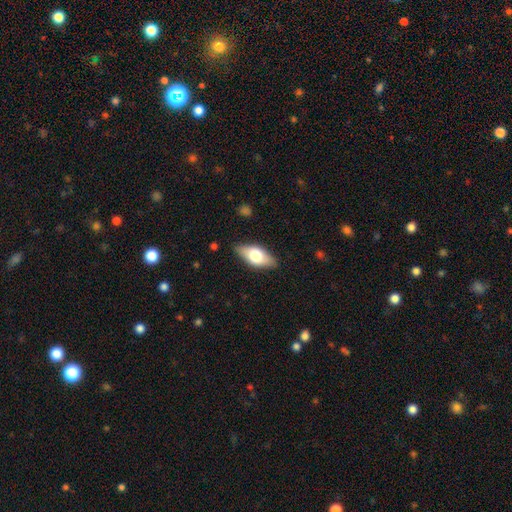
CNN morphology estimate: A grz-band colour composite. It shows a smooth galaxy with no disk features (62%) that is in between round and cigar-shaped (85%). Merging: none (83%).